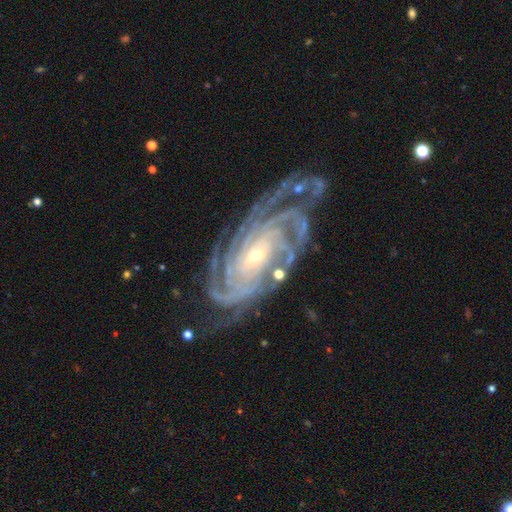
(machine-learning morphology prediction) Smooth or featured?
  - featured or disk: 92% *
  - star or artifact: 5%
  - smooth: 3%
Edge-on disk?
  - no: 96% *
  - yes: 4%
Bar?
  - no: 58% *
  - weak: 26%
  - strong: 16%
Spiral arms?
  - yes: 98% *
  - no: 2%
Spiral winding?
  - tight: 79% *
  - medium: 18%
  - loose: 3%
Spiral arm count?
  - 4: 34% *
  - more than 4: 21%
  - 3: 16%
  - can't tell: 14%
  - 2: 9%
  - 1: 7%
Bulge size?
  - small: 71% *
  - moderate: 25%
  - large: 2%
  - none: 1%
  - dominant: 1%
Merging?
  - none: 73% *
  - minor disturbance: 18%
  - major disturbance: 7%
  - merger: 2%